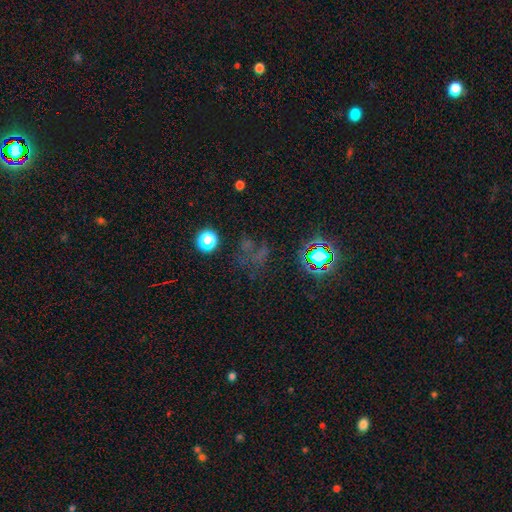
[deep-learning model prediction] A star or artifact, not a galaxy (56%).

Vote fractions:
- Smooth or featured? star or artifact: 56% / smooth: 30% / featured or disk: 14%